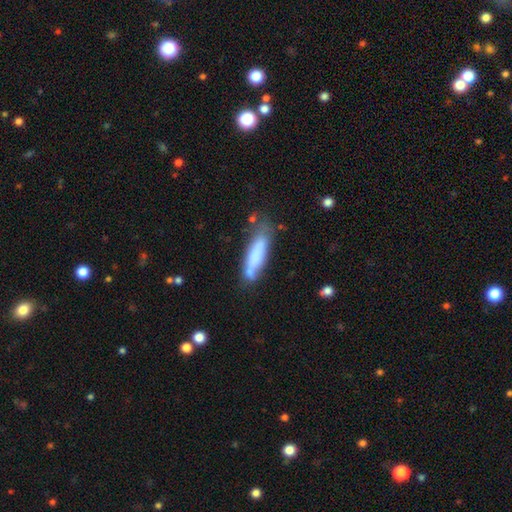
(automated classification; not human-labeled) Smooth or featured? smooth (73%)
How rounded? cigar-shaped (66%)
Merging? none (56%)